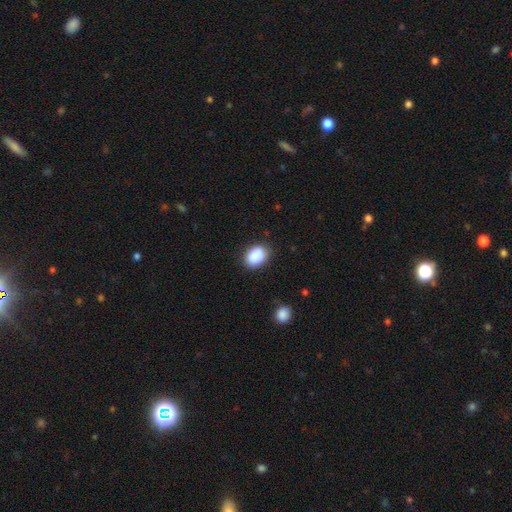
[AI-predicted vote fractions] Smooth or featured: smooth — 89% (star or artifact — 7%)
How rounded: in between — 73% (round — 26%)
Merging: none — 82% (minor disturbance — 13%)